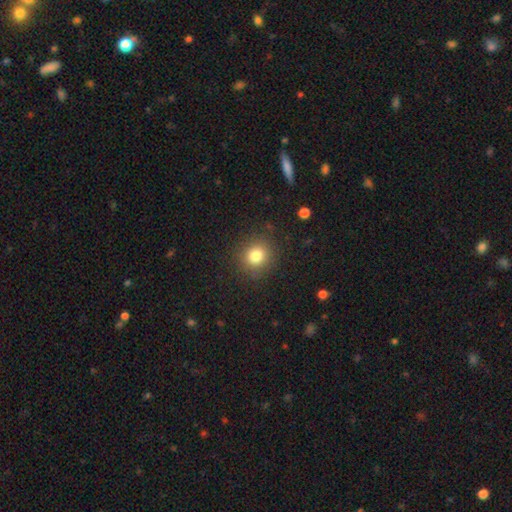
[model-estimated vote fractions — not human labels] The model was most divided on "smooth or featured": smooth: 81%, star or artifact: 12%, featured or disk: 7%. More confident: merging — none (88%); how rounded — round (85%).